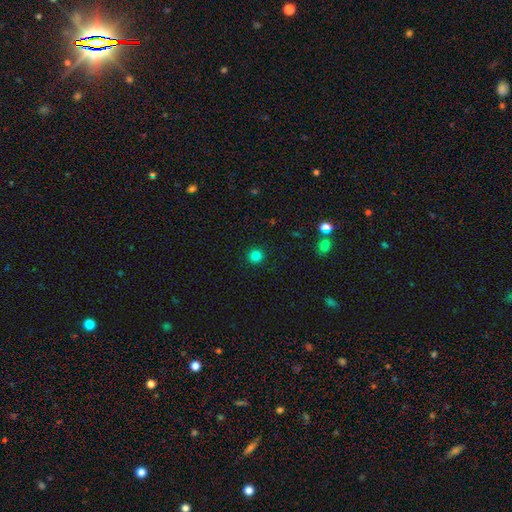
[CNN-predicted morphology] This is clearly a smooth galaxy (83%). How rounded: clearly round (94%). Merging: clearly none (92%).